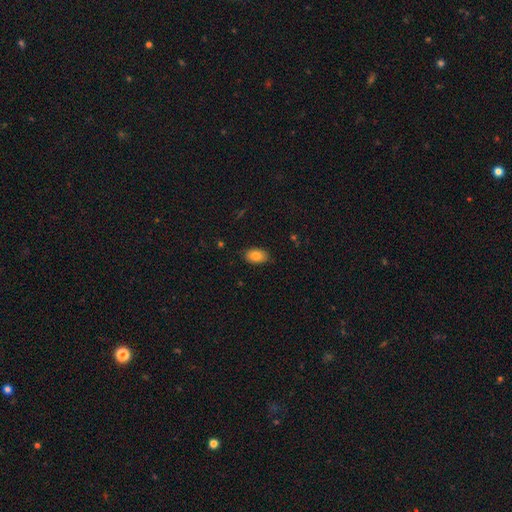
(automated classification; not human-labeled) This is clearly a smooth galaxy (83%). How rounded: clearly in between (89%). Merging: clearly none (84%).